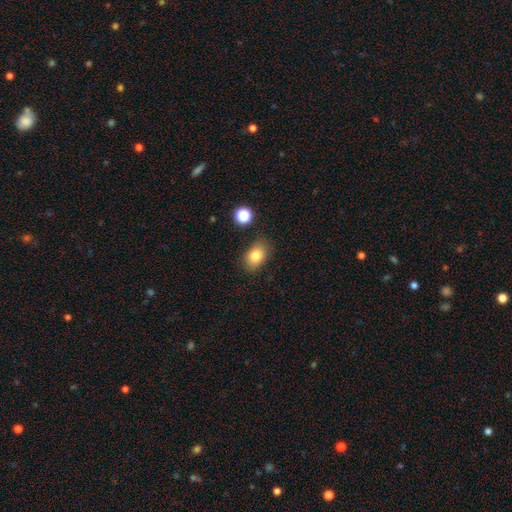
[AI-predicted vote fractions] Smooth or featured: smooth — 81% (star or artifact — 10%)
How rounded: in between — 78% (round — 21%)
Merging: none — 82% (minor disturbance — 12%)